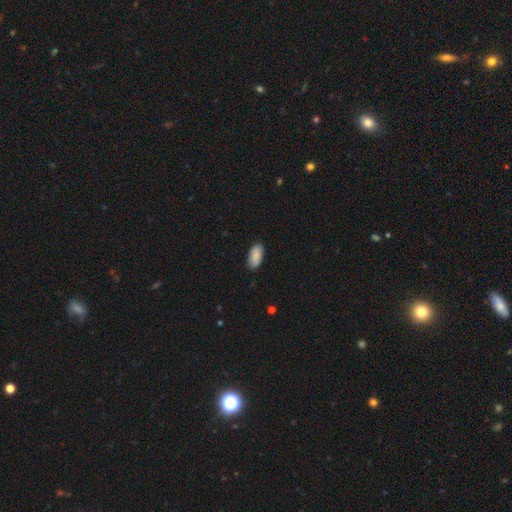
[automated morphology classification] This appears to be a smooth galaxy with no disk features (85%) that is in between round and cigar-shaped (93%). Merging: none (86%).